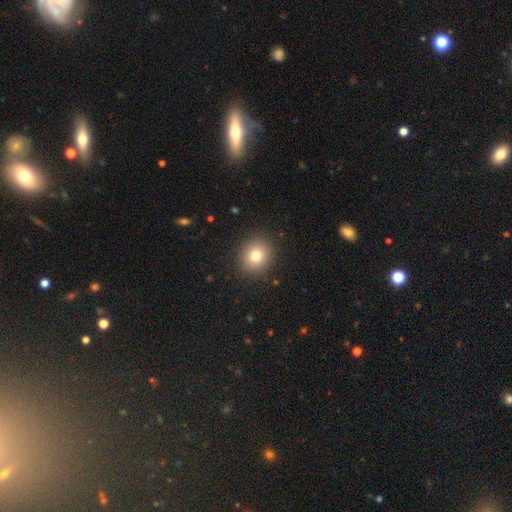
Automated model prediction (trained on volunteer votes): The model was most divided on "smooth or featured": smooth: 77%, star or artifact: 13%, featured or disk: 10%. More confident: merging — none (90%); how rounded — round (86%).